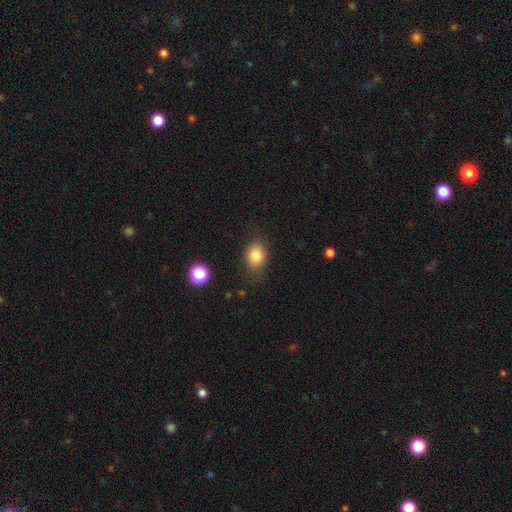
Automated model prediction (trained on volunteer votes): smooth_or_featured: smooth (p=0.81) [alt: star or artifact p=0.10]
how_rounded: in between (p=0.55) [alt: round p=0.43]
merging: none (p=0.74) [alt: minor disturbance p=0.19]